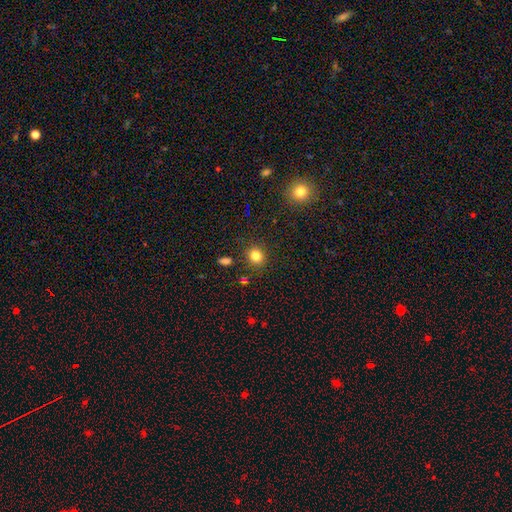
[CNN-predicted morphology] type=smooth (81%); roundness=round (79%); merging=none (86%).